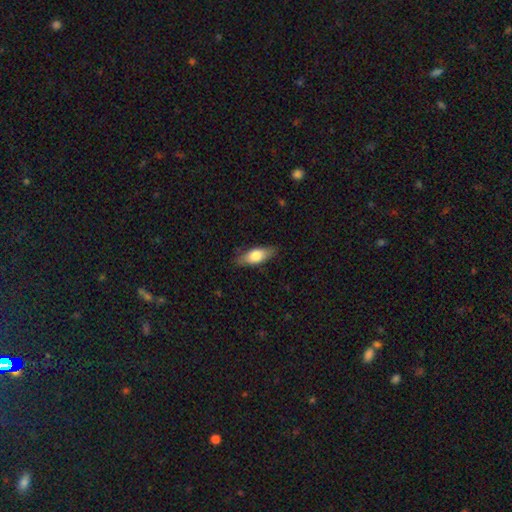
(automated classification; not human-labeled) Smooth or featured: smooth — 72% (featured or disk — 22%)
How rounded: in between — 74% (cigar-shaped — 23%)
Merging: none — 83% (minor disturbance — 13%)